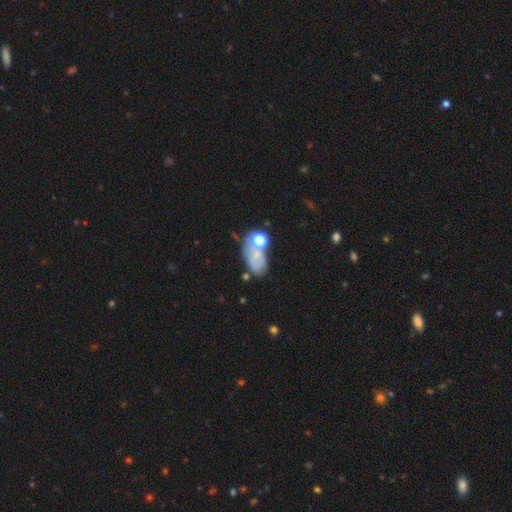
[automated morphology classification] smooth-or-featured: smooth: 49% | featured or disk: 34% | star or artifact: 17%
  merging: none: 36% | merger: 26% | minor disturbance: 21% | major disturbance: 17%